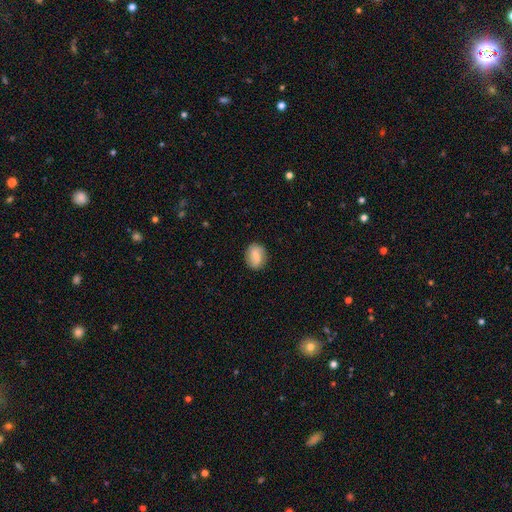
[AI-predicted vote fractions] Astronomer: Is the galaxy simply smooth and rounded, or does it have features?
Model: smooth — 77%.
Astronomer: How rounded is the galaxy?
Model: in between — 64%.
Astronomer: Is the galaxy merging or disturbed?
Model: none — 82%.